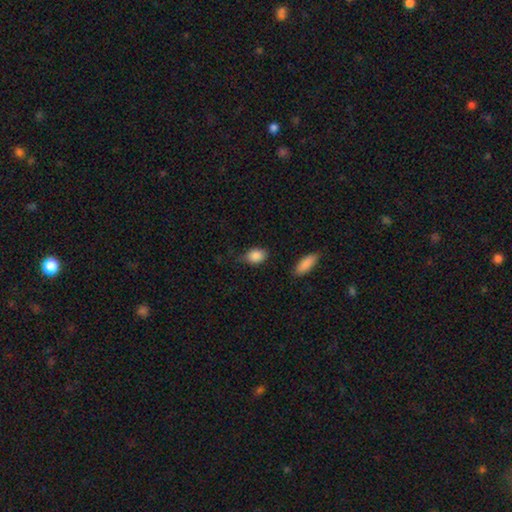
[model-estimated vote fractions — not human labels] Q: Smooth or featured?
A: smooth (88%); runner-up: star or artifact (7%)
Q: How rounded?
A: in between (76%); runner-up: round (22%)
Q: Merging?
A: none (69%); runner-up: minor disturbance (23%)